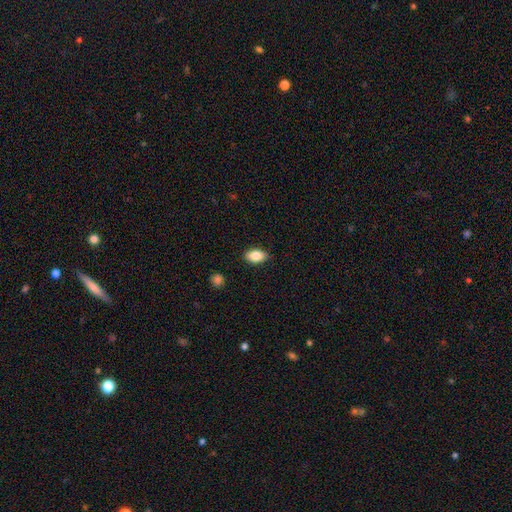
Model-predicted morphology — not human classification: This appears to be a smooth galaxy with no disk features (86%) that is in between round and cigar-shaped (90%). Merging: none (87%).